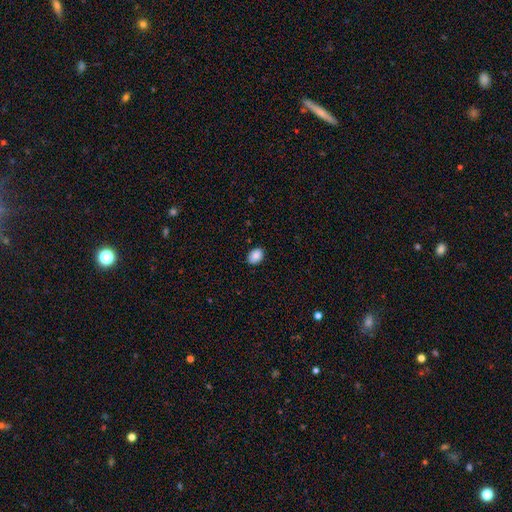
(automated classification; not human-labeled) A smooth galaxy with no disk features (89%) that is in between round and cigar-shaped (74%).

Vote fractions:
- Smooth or featured? smooth: 89% / star or artifact: 8% / featured or disk: 4%
- How rounded? in between: 74% / round: 25% / cigar-shaped: 1%
- Merging? none: 87% / minor disturbance: 10% / major disturbance: 2% / merger: 1%